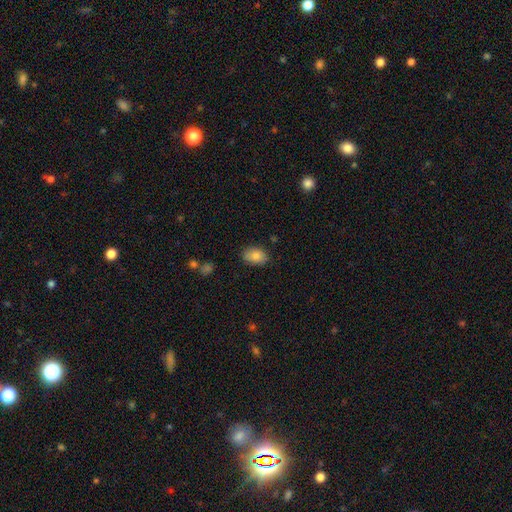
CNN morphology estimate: The model was most divided on "merging": none: 82%, minor disturbance: 14%, major disturbance: 3%, merger: 1%. More confident: how rounded — in between (84%); smooth or featured — smooth (81%).